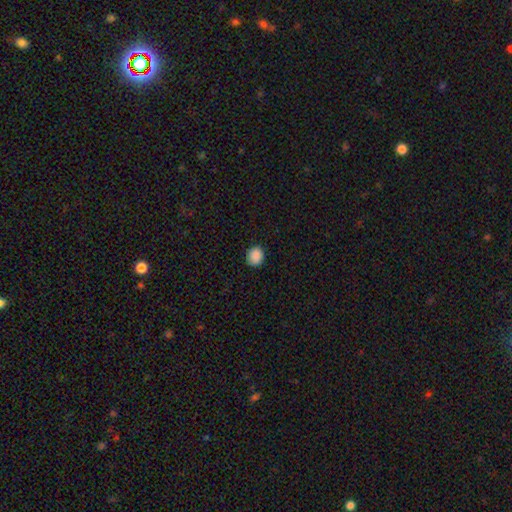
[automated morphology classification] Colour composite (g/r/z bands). It shows a smooth galaxy with no disk features (89%) that is round (77%). Merging: none (89%).